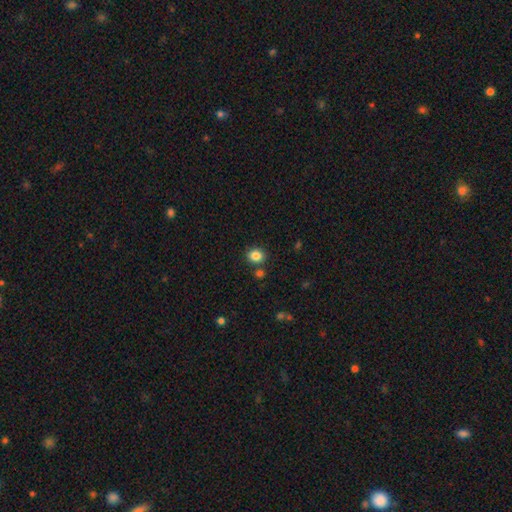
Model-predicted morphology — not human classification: A smooth galaxy with no disk features (84%) that is round (67%).

Vote fractions:
- Smooth or featured? smooth: 84% / star or artifact: 11% / featured or disk: 5%
- How rounded? round: 67% / in between: 32% / cigar-shaped: 1%
- Merging? none: 81% / minor disturbance: 9% / merger: 7% / major disturbance: 3%